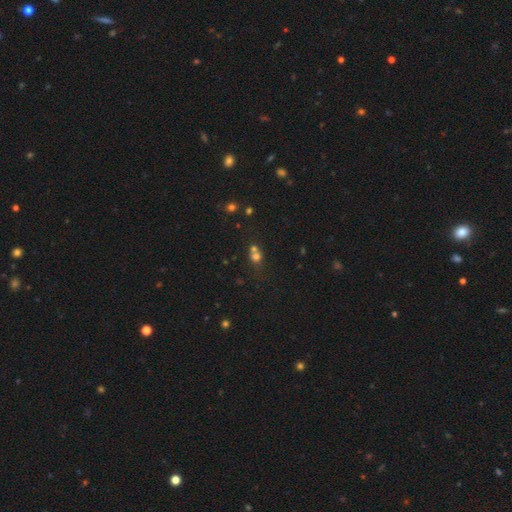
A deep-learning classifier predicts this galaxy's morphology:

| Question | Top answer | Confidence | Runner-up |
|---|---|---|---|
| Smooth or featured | smooth | 59% | star or artifact (27%) |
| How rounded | round | 77% | in between (21%) |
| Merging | none | 44% | merger (43%) |